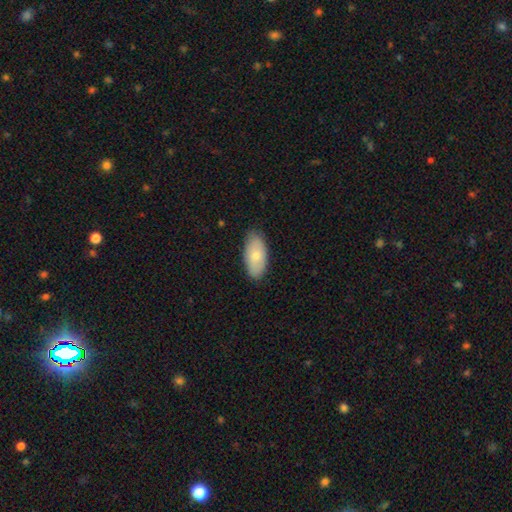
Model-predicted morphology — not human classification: type=smooth (70%); roundness=in between (92%); merging=none (83%).